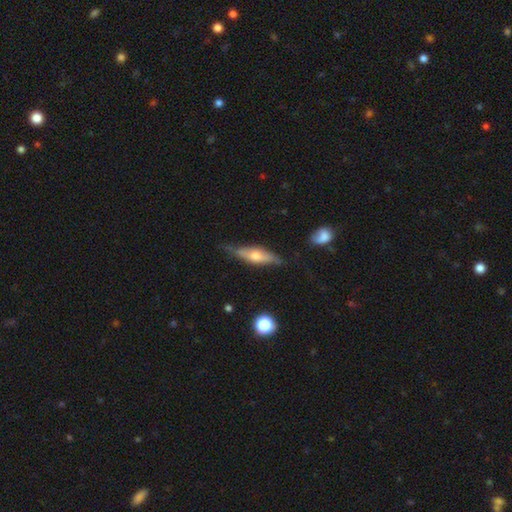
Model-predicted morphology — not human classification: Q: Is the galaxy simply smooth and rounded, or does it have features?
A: featured or disk — 56%.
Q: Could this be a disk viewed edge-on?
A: yes — 85%.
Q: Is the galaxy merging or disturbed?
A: none — 72%.